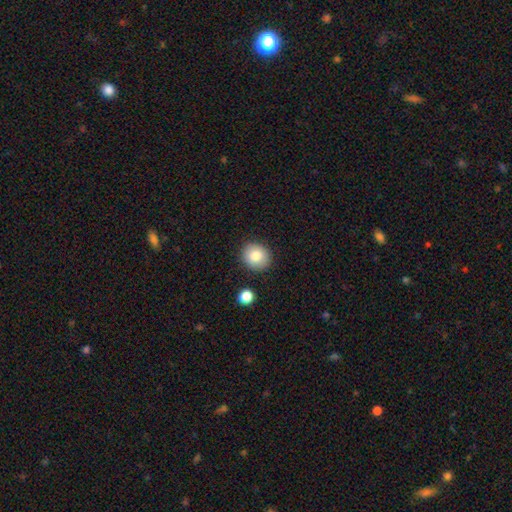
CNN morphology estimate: The model was most divided on "how rounded": round: 81%, in between: 19%, cigar-shaped: 1%. More confident: merging — none (88%); smooth or featured — smooth (82%).